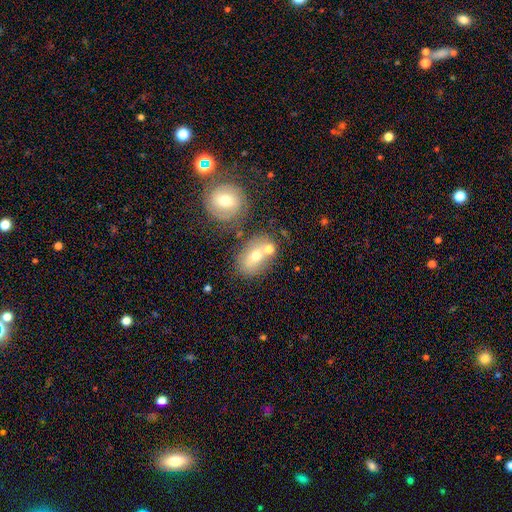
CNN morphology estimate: type=smooth (60%); roundness=in between (71%); merging=none (53%).